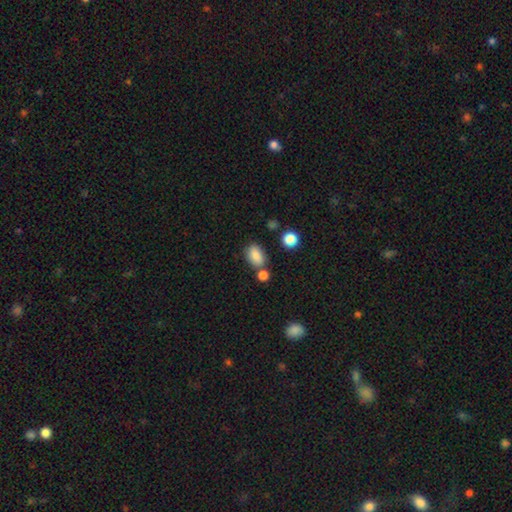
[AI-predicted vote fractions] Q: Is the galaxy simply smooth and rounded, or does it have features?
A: smooth — 84%.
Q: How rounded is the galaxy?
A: in between — 83%.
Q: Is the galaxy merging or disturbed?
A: none — 66%.